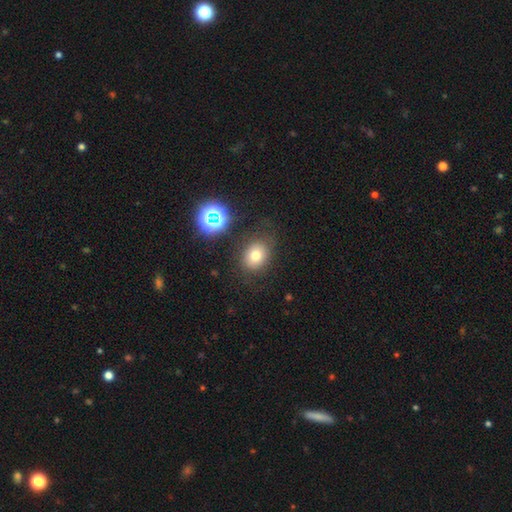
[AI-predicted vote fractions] Overall: smooth (73%). How rounded: in between (50%; round 49%). Merging: none (77%).